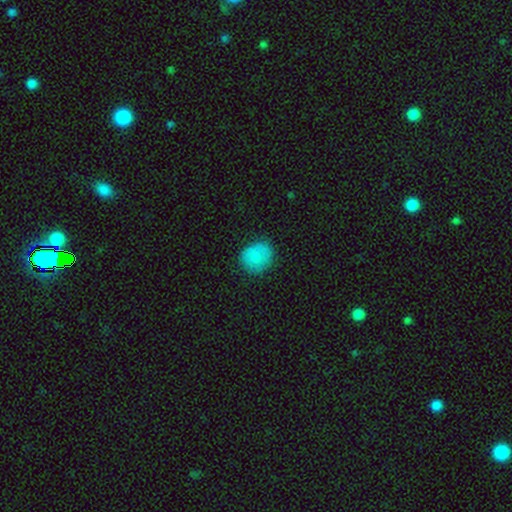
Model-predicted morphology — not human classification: A smooth galaxy with no disk features (80%) that is round (76%). Merging: none (73%).